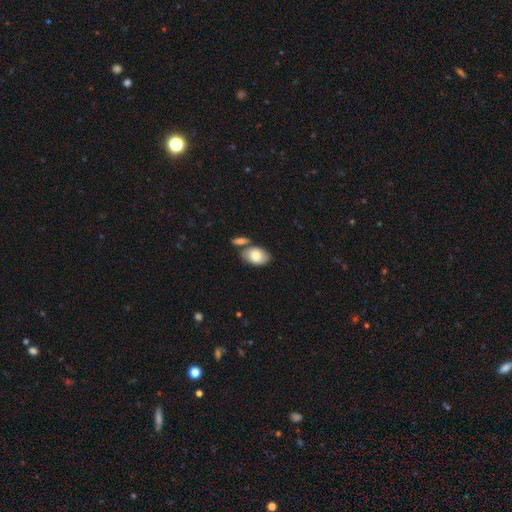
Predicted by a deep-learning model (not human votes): Q: Smooth or featured?
A: smooth (80%); runner-up: featured or disk (14%)
Q: How rounded?
A: in between (89%); runner-up: round (9%)
Q: Merging?
A: none (52%); runner-up: merger (27%)